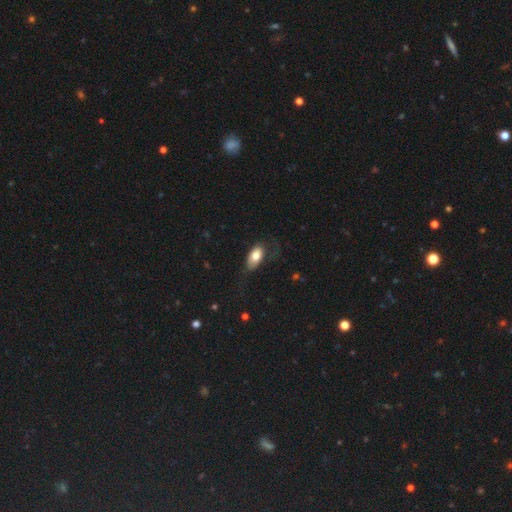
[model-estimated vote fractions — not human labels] This appears to be a smooth galaxy with no disk features (75%) that is in between round and cigar-shaped (91%). Merging: none (55%).